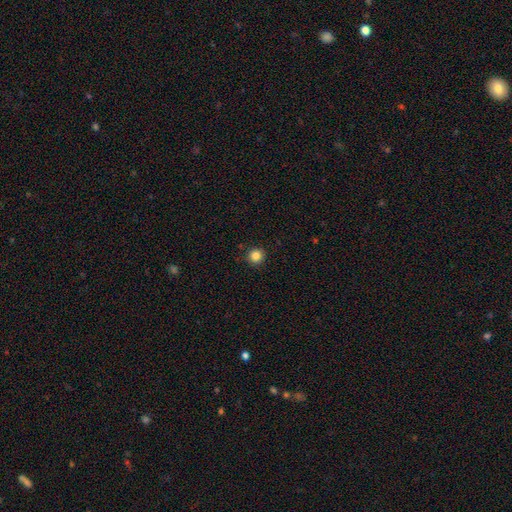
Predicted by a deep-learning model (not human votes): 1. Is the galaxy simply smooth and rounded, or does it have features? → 85% smooth, 11% star or artifact, 4% featured or disk.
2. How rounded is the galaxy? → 93% round, 6% in between, 1% cigar-shaped.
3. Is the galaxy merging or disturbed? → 92% none, 5% minor disturbance, 2% major disturbance, 1% merger.